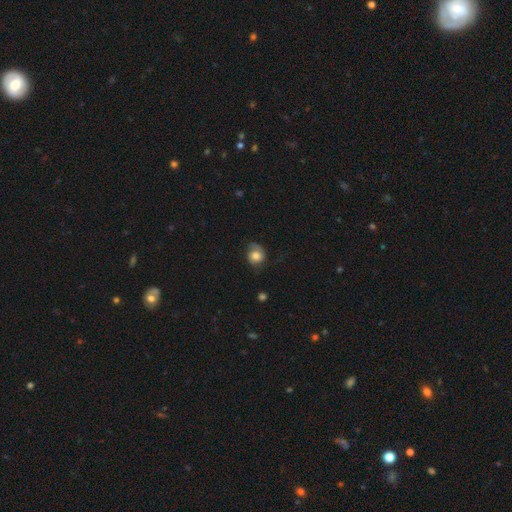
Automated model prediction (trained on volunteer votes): Overall: smooth (59%; featured or disk 32%). How rounded: round (73%). Merging: none (57%; minor disturbance 27%).